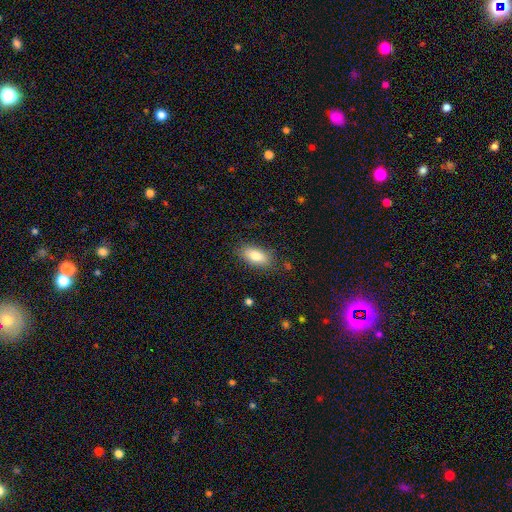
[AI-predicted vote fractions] A smooth galaxy with no disk features (79%) that is in between round and cigar-shaped (86%).

Vote fractions:
- Smooth or featured? smooth: 79% / featured or disk: 13% / star or artifact: 7%
- How rounded? in between: 86% / cigar-shaped: 10% / round: 4%
- Merging? none: 83% / minor disturbance: 12% / major disturbance: 3% / merger: 1%